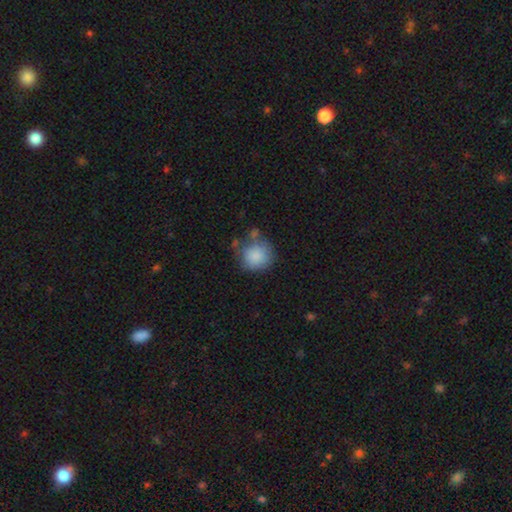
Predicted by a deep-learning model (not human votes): Smooth or featured: smooth — 83% (featured or disk — 9%)
How rounded: round — 87% (in between — 12%)
Merging: none — 54% (minor disturbance — 25%)